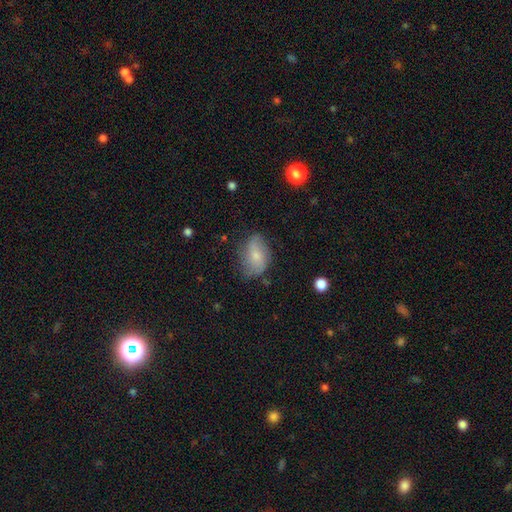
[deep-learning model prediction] Smooth or featured? Predicted: smooth (p=0.54). How rounded? Predicted: in between (p=0.83). Merging? Predicted: none (p=0.58).